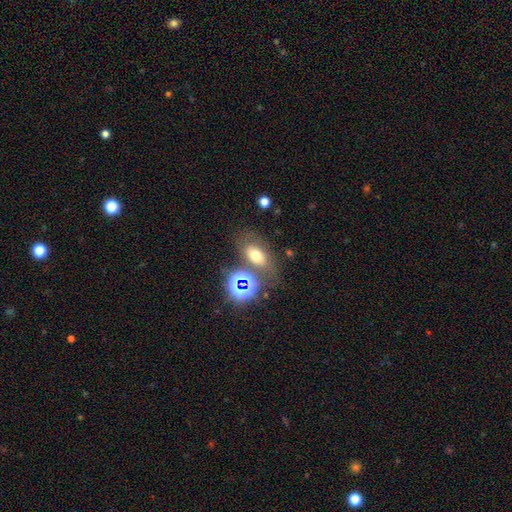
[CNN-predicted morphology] The model was most divided on "smooth or featured": smooth: 61%, star or artifact: 21%, featured or disk: 18%. More confident: how rounded — in between (76%); merging — none (64%).